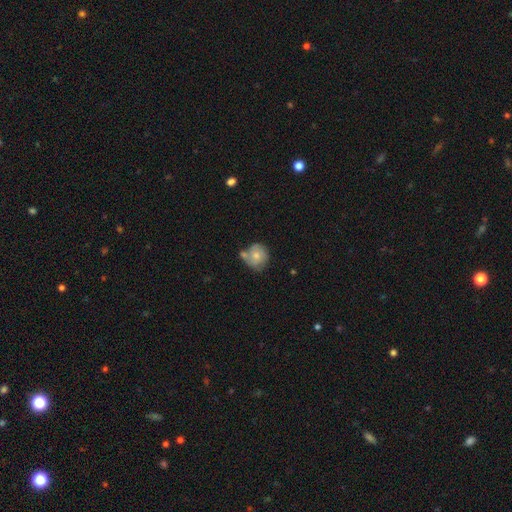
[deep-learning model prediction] Smooth or featured?
  - smooth: 62% *
  - featured or disk: 30%
  - star or artifact: 7%
How rounded?
  - round: 85% *
  - in between: 14%
  - cigar-shaped: 1%
Merging?
  - none: 47% *
  - merger: 26%
  - minor disturbance: 21%
  - major disturbance: 6%